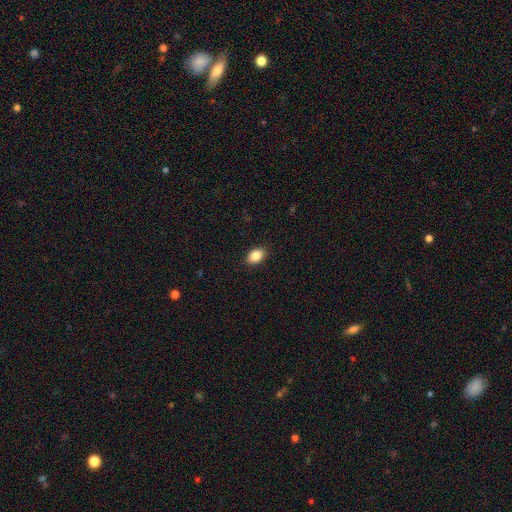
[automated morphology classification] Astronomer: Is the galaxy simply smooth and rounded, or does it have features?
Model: smooth — 86%.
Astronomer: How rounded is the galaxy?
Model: in between — 86%.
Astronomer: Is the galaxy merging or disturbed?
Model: none — 89%.